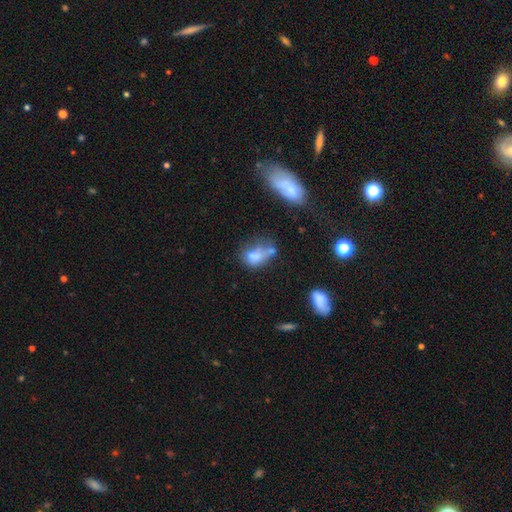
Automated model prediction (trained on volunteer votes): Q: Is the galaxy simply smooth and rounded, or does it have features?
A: smooth — 62%.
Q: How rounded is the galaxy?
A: in between — 71%.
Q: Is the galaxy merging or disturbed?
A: merger — 33%.